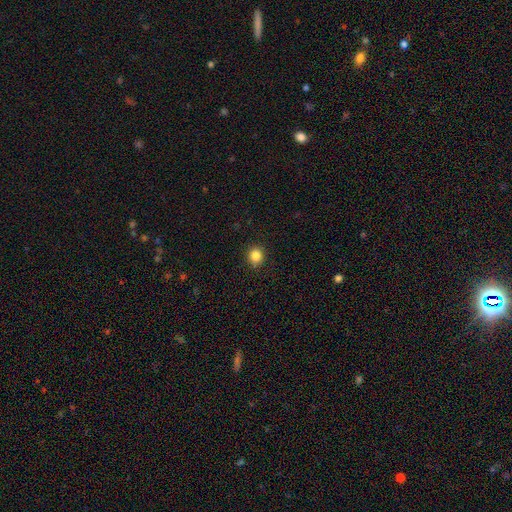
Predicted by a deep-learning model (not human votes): smooth 84%, star or artifact 11%, featured or disk 4%. Down the decision tree: how rounded — round (85%); merging — none (89%).